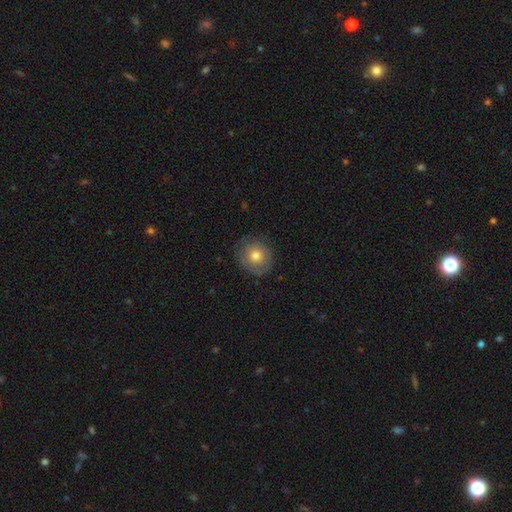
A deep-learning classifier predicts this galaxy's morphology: This is likely a smooth galaxy (73%). How rounded: clearly round (90%). Merging: clearly none (81%).